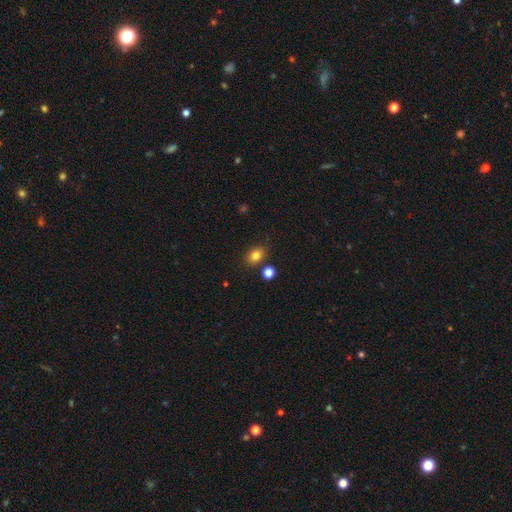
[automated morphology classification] A smooth galaxy with no disk features (82%) that is in between round and cigar-shaped (62%).

Vote fractions:
- Smooth or featured? smooth: 82% / star or artifact: 12% / featured or disk: 6%
- How rounded? in between: 62% / round: 37% / cigar-shaped: 1%
- Merging? none: 79% / minor disturbance: 11% / merger: 7% / major disturbance: 3%